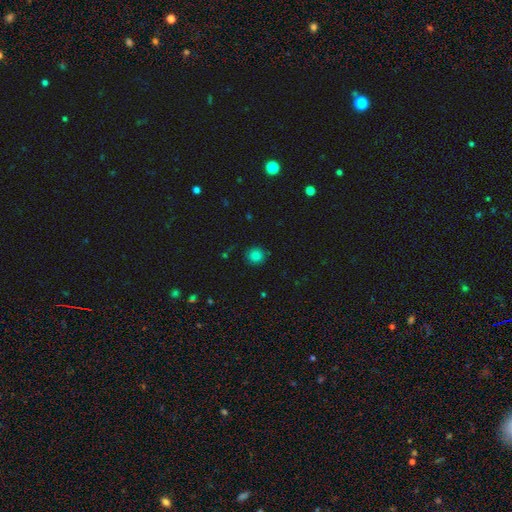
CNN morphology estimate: Smooth or featured?
  - smooth: 83% *
  - star or artifact: 12%
  - featured or disk: 4%
How rounded?
  - round: 91% *
  - in between: 8%
  - cigar-shaped: 1%
Merging?
  - none: 86% *
  - minor disturbance: 10%
  - major disturbance: 2%
  - merger: 1%